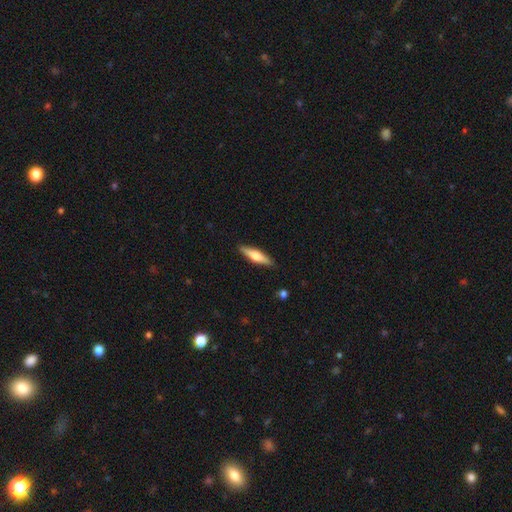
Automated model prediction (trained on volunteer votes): A featured or disk galaxy (53%) viewed edge-on (96%) with a rounded central bulge (89%). Merging: none (90%).